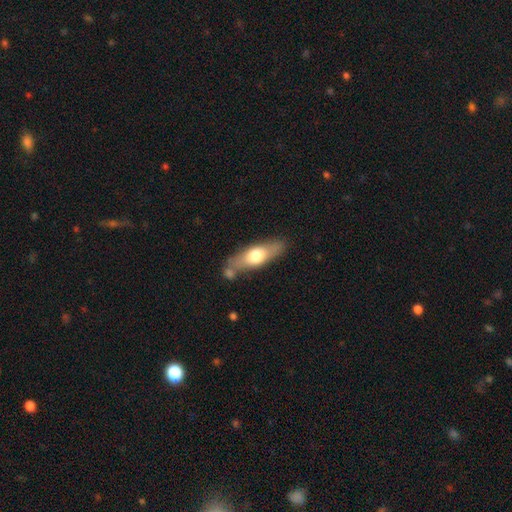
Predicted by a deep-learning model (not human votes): A smooth galaxy with no disk features (56%) that is cigar-shaped (51%). Merging: none (66%).